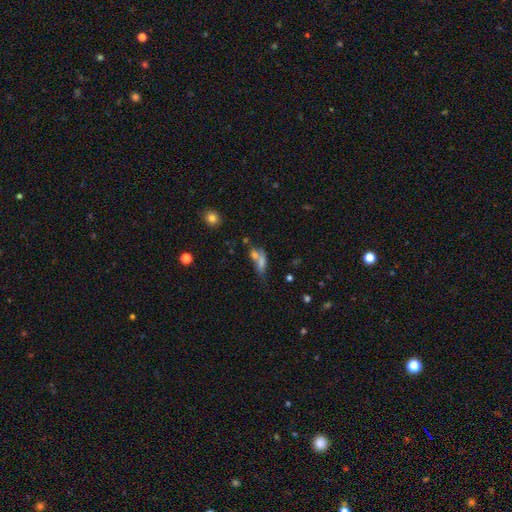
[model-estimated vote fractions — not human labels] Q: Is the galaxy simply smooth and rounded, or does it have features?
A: smooth — 54%.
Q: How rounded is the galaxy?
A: in between — 60%.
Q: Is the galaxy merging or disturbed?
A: merger — 45%.